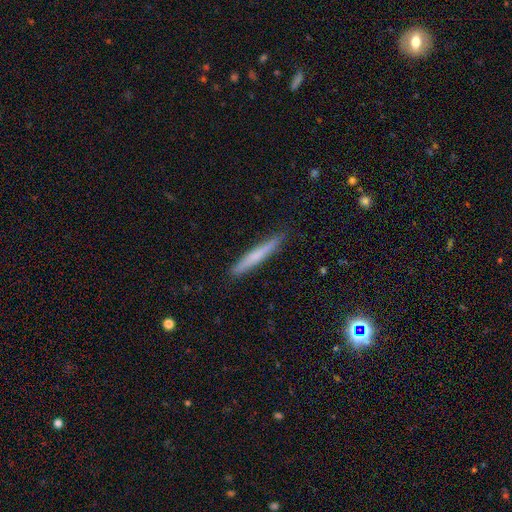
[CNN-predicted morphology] This appears to be a smooth galaxy with no disk features (58%) that is cigar-shaped (96%). Merging: none (90%).